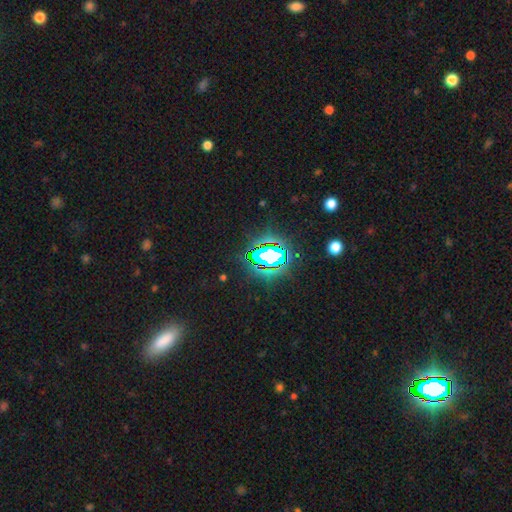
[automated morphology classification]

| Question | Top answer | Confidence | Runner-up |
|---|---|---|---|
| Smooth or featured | star or artifact | 80% | smooth (13%) |